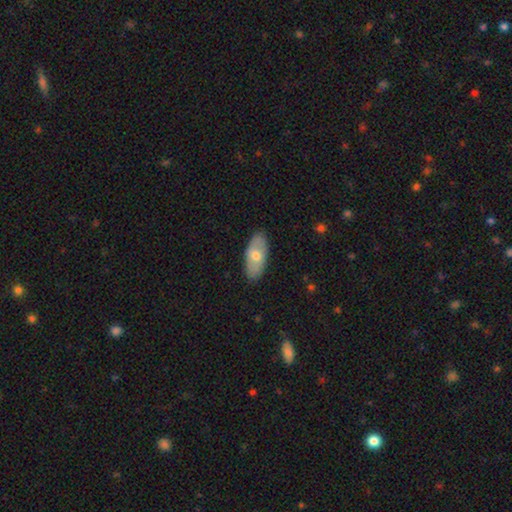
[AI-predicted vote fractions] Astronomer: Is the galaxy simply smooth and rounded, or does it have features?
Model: smooth — 61%.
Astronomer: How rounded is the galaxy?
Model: in between — 89%.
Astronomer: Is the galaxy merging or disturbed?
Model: none — 87%.